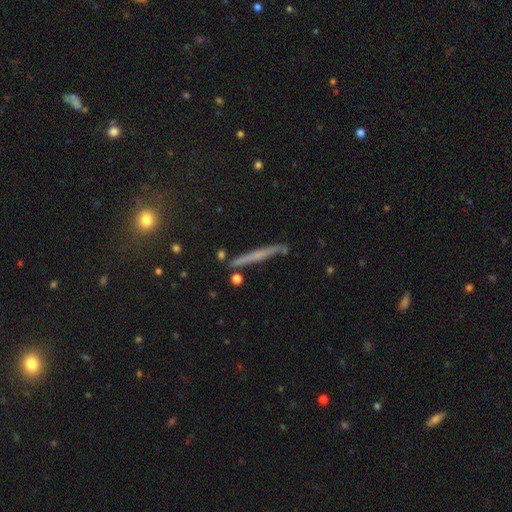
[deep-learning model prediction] Smooth or featured? Predicted: featured or disk (p=0.58). Edge-on disk? Predicted: yes (p=0.96). Edge-on bulge? Predicted: none (p=0.53). Merging? Predicted: none (p=0.85).